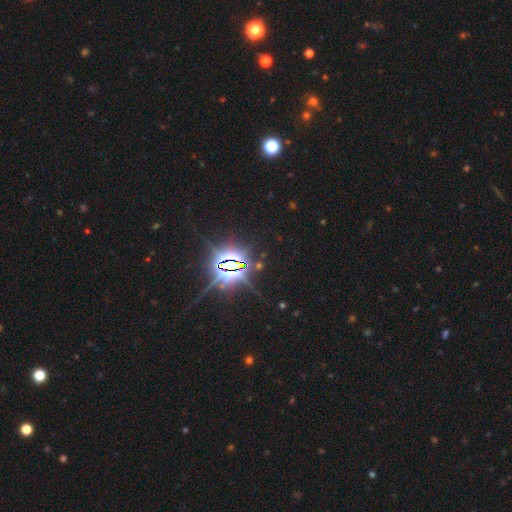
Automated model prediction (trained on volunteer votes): Morphology: type=star or artifact (85%).